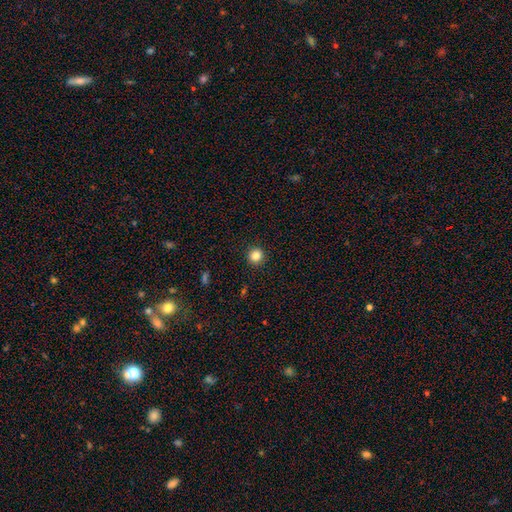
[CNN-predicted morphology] type=smooth (83%); roundness=round (94%); merging=none (93%).